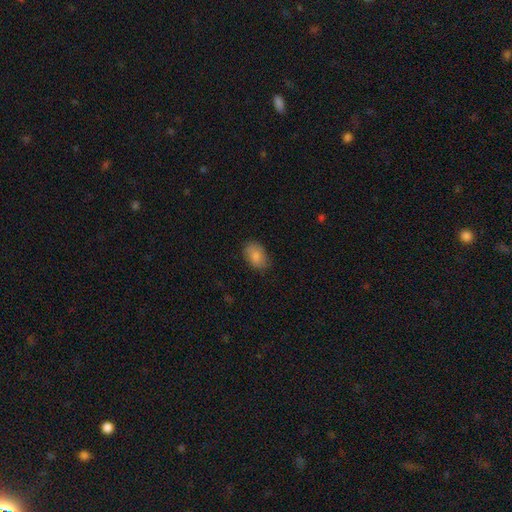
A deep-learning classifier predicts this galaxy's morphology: smooth-or-featured: smooth: 84% | featured or disk: 9% | star or artifact: 7%
  how-rounded: in between: 87% | round: 12% | cigar-shaped: 1%
  merging: none: 79% | minor disturbance: 16% | major disturbance: 3% | merger: 1%